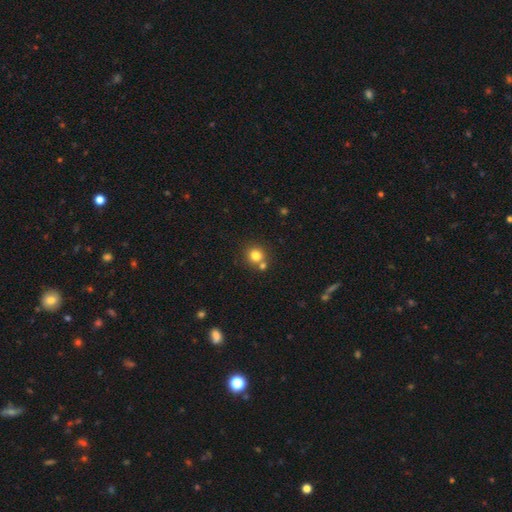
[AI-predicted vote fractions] Overall: smooth (79%). How rounded: round (91%). Merging: none (68%).